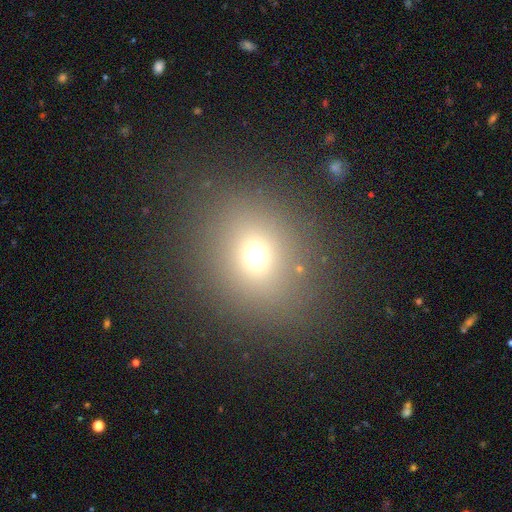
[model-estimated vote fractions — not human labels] smooth 68%, star or artifact 22%, featured or disk 11%. Down the decision tree: how rounded — round (72%); merging — none (85%).